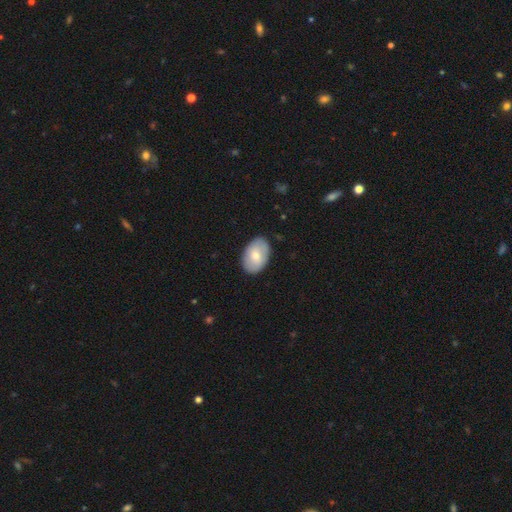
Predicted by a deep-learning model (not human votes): smooth-or-featured: smooth: 72% | featured or disk: 23% | star or artifact: 6%
  how-rounded: in between: 88% | round: 11% | cigar-shaped: 1%
  merging: none: 84% | minor disturbance: 12% | major disturbance: 2% | merger: 1%